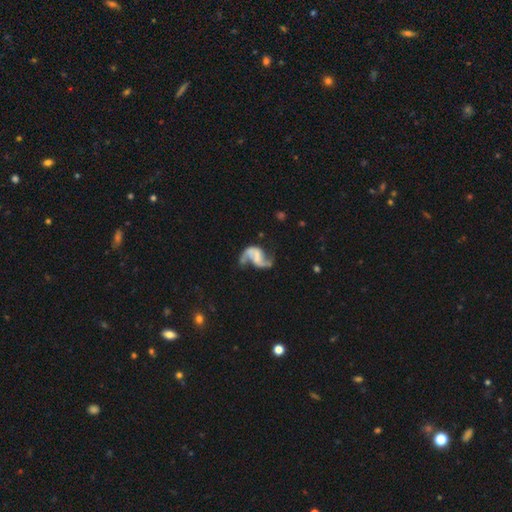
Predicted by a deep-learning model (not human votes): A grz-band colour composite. It shows a featured or disk galaxy (86%) with a weak bar (40%), 2 (91%) loose (70%) spiral arms (95%) and no central bulge (60%). Merging: none (55%).